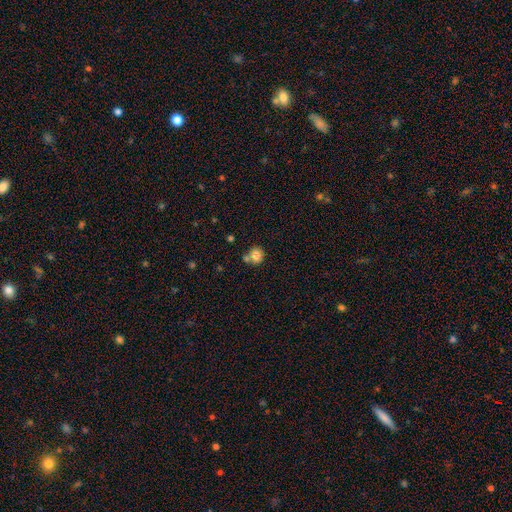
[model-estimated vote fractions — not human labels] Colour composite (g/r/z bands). It shows a smooth galaxy with no disk features (81%) that is round (85%). Merging: none (58%).